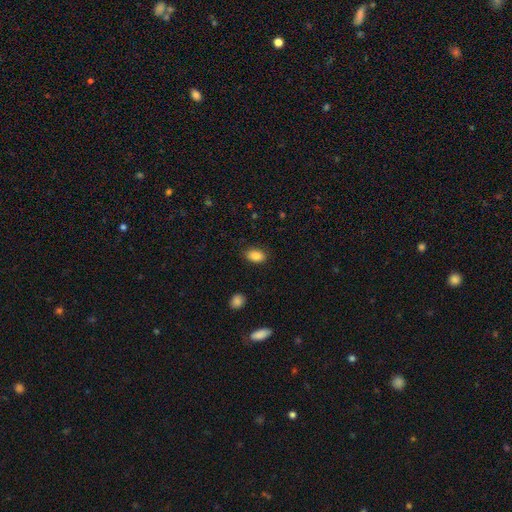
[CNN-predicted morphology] Smooth or featured? Predicted: smooth (p=0.87). How rounded? Predicted: in between (p=0.89). Merging? Predicted: none (p=0.85).